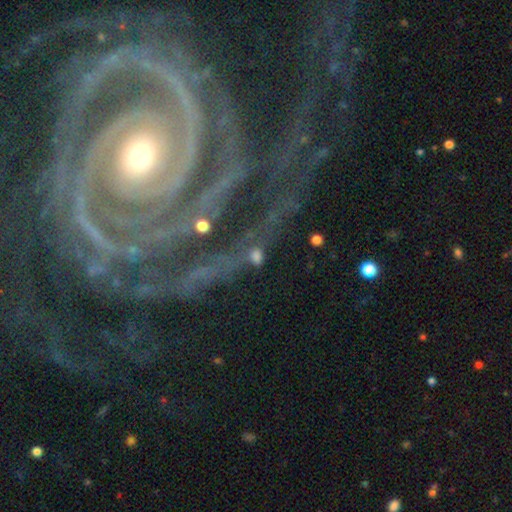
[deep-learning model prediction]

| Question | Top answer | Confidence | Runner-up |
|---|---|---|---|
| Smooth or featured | star or artifact | 35% | smooth (34%) |